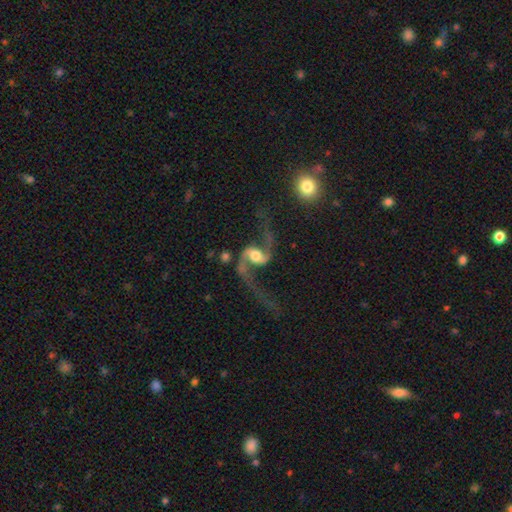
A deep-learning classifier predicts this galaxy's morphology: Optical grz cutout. It shows a featured or disk galaxy (91%) with a weak bar (40%), 2 (94%) loose (87%) spiral arms (97%) and a moderate central bulge (61%). Merging: none (57%).